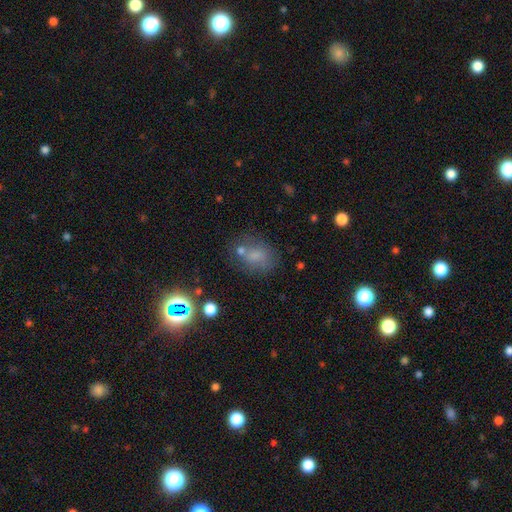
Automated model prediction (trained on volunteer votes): Q: Smooth or featured?
A: smooth (66%); runner-up: featured or disk (17%)
Q: How rounded?
A: in between (65%); runner-up: round (33%)
Q: Merging?
A: none (50%); runner-up: minor disturbance (20%)